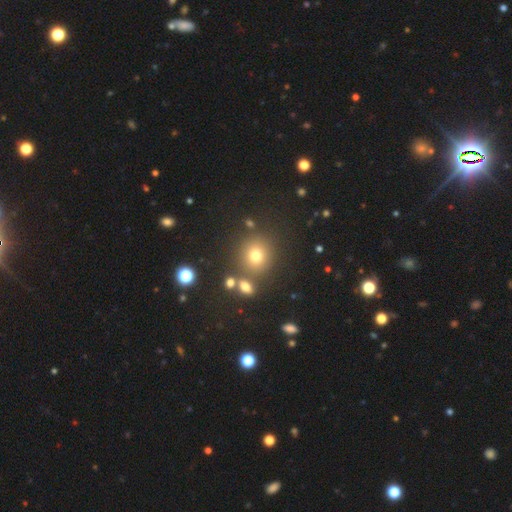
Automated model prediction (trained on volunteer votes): This is likely a smooth galaxy (72%). How rounded: clearly round (87%). Merging: likely none (78%).